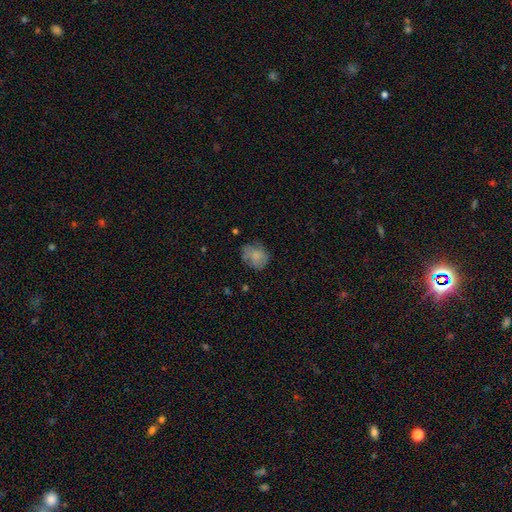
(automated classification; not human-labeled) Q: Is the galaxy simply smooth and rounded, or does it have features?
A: smooth — 71%.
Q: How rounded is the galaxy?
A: round — 57%.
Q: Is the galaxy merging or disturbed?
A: none — 63%.